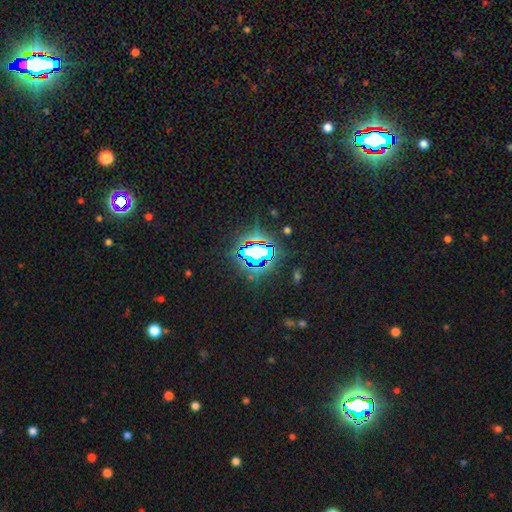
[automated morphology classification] smooth_or_featured: star or artifact (p=0.76) [alt: smooth p=0.14]